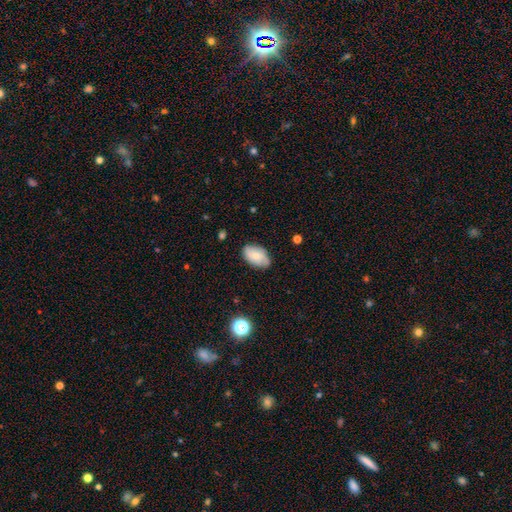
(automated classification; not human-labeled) Smooth or featured? smooth (65%)
How rounded? in between (92%)
Merging? none (79%)